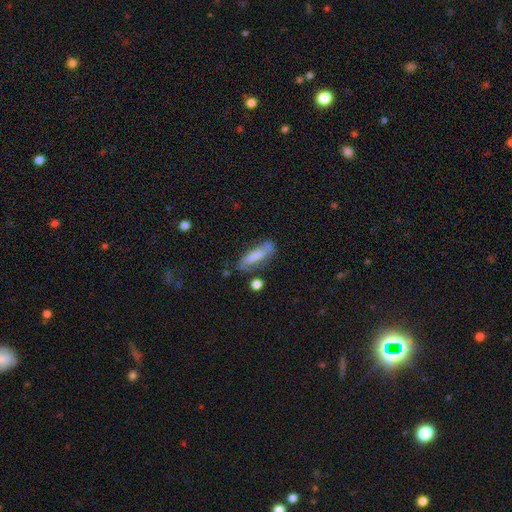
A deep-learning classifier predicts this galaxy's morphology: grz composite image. It shows a smooth galaxy with no disk features (65%) that is cigar-shaped (60%). Merging: none (61%).